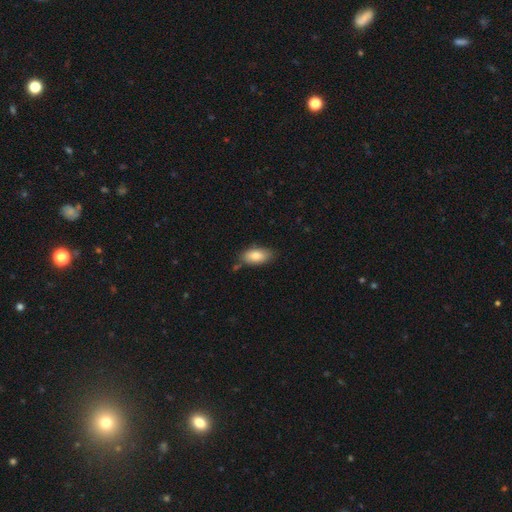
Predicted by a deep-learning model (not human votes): Smooth or featured?
  - smooth: 82% *
  - featured or disk: 11%
  - star or artifact: 7%
How rounded?
  - in between: 92% *
  - cigar-shaped: 4%
  - round: 4%
Merging?
  - none: 74% *
  - minor disturbance: 18%
  - merger: 5%
  - major disturbance: 3%